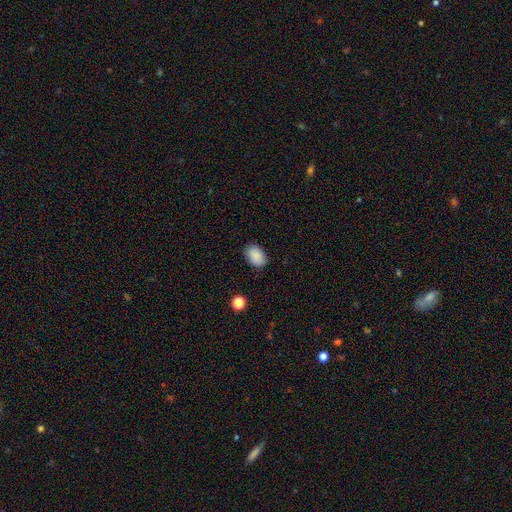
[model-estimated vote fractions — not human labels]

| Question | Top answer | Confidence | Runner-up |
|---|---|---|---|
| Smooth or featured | smooth | 89% | star or artifact (8%) |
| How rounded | in between | 87% | round (12%) |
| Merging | none | 86% | minor disturbance (11%) |